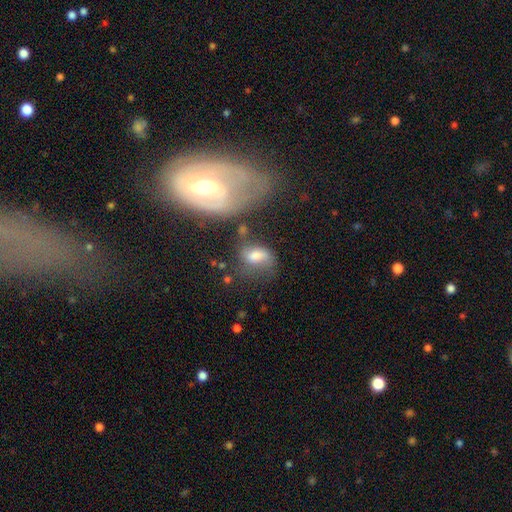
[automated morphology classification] smooth_or_featured: smooth (p=0.56) [alt: featured or disk p=0.32]
how_rounded: in between (p=0.82) [alt: round p=0.15]
merging: none (p=0.42) [alt: minor disturbance p=0.23]